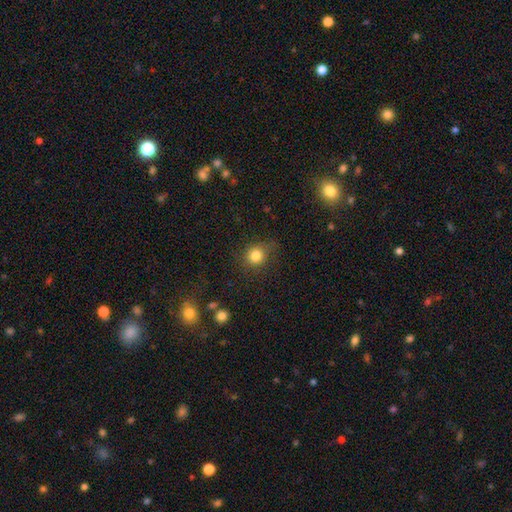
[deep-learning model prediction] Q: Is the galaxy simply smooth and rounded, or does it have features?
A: smooth — 82%.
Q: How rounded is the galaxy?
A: round — 85%.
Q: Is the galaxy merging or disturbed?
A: none — 77%.